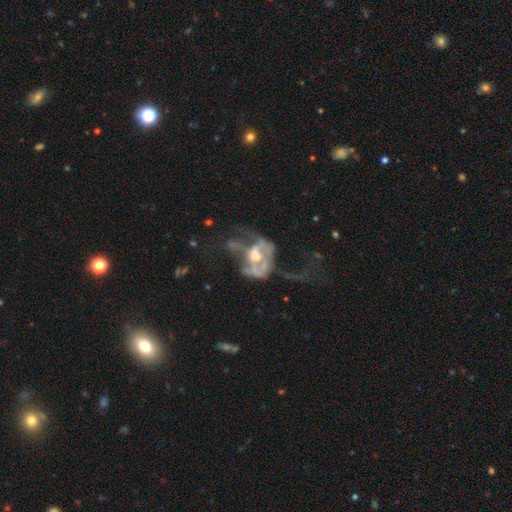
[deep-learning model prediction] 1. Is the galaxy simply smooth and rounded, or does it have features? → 71% featured or disk, 18% smooth, 11% star or artifact.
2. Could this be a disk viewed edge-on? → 96% no, 4% yes.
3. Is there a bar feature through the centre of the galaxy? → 72% no, 21% weak, 7% strong.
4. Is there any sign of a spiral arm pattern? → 62% no, 38% yes.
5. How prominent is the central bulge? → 62% moderate, 16% small, 15% large, 6% none, 2% dominant.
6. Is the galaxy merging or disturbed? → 56% major disturbance, 19% none, 13% merger, 12% minor disturbance.